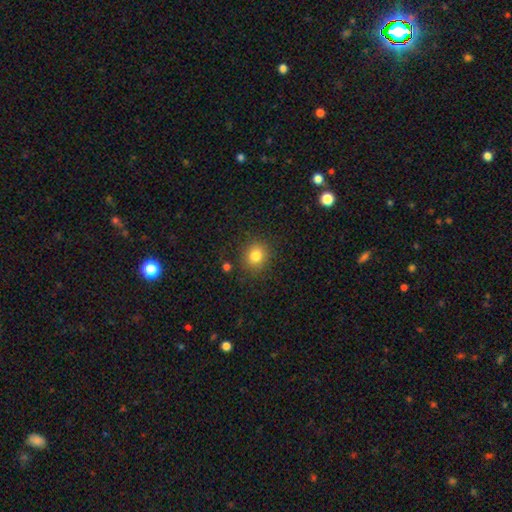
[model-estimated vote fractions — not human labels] smooth 81%, star or artifact 12%, featured or disk 6%. Down the decision tree: how rounded — round (80%); merging — none (85%).